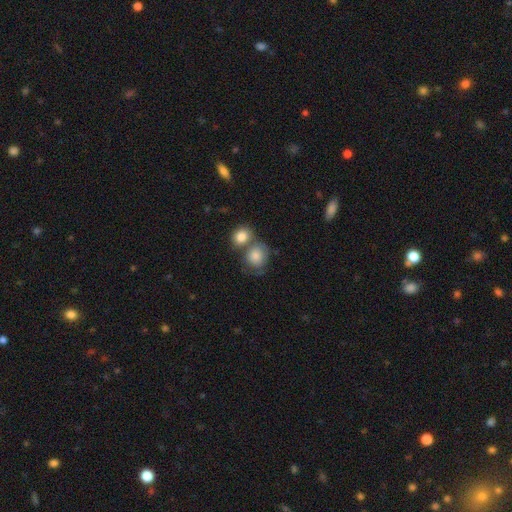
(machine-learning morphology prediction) Smooth or featured?
  - smooth: 82% *
  - featured or disk: 11%
  - star or artifact: 7%
How rounded?
  - round: 73% *
  - in between: 26%
  - cigar-shaped: 1%
Merging?
  - merger: 46% *
  - none: 36%
  - minor disturbance: 12%
  - major disturbance: 6%